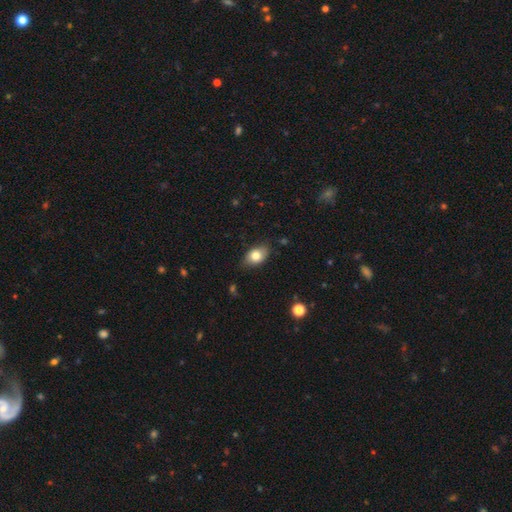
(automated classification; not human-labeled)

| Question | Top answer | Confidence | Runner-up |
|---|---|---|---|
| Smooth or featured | smooth | 79% | featured or disk (13%) |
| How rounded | in between | 84% | round (14%) |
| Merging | none | 78% | minor disturbance (18%) |